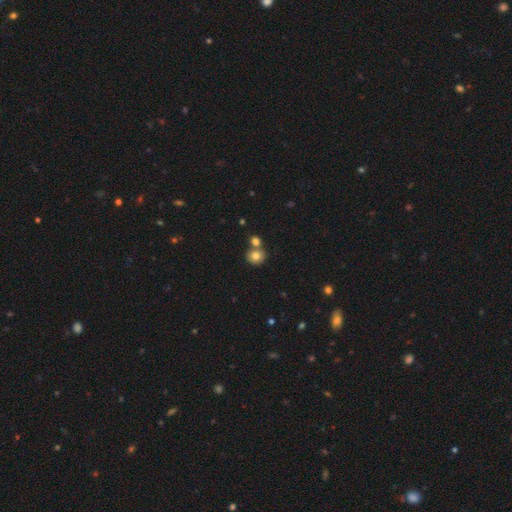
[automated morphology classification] Smooth or featured? Predicted: smooth (p=0.79). How rounded? Predicted: round (p=0.84). Merging? Predicted: none (p=0.60).